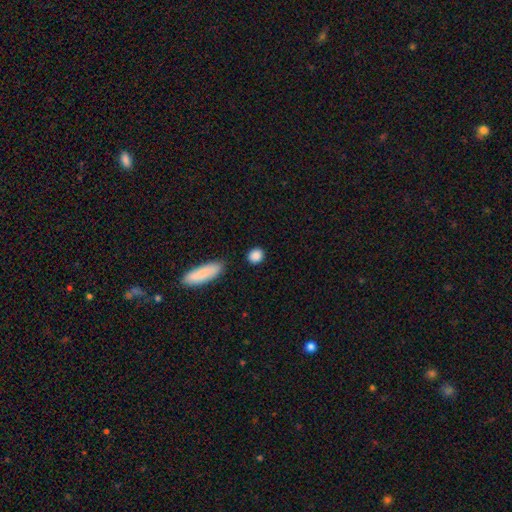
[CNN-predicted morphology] A smooth galaxy with no disk features (88%) that is round (73%).

Vote fractions:
- Smooth or featured? smooth: 88% / star or artifact: 8% / featured or disk: 4%
- How rounded? round: 73% / in between: 24% / cigar-shaped: 3%
- Merging? none: 85% / minor disturbance: 9% / merger: 3% / major disturbance: 3%